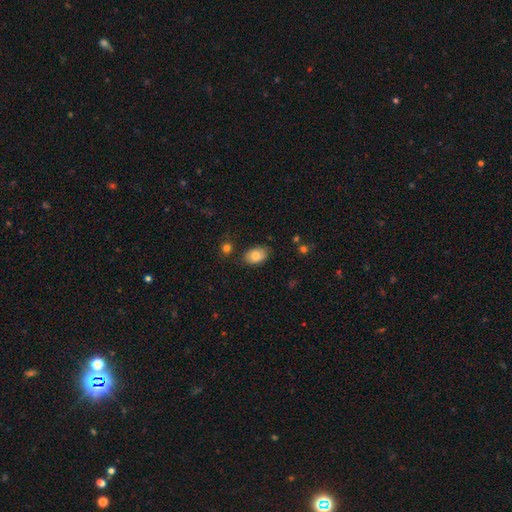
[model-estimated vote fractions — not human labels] A smooth galaxy with no disk features (83%) that is in between round and cigar-shaped (87%). Merging: none (79%).